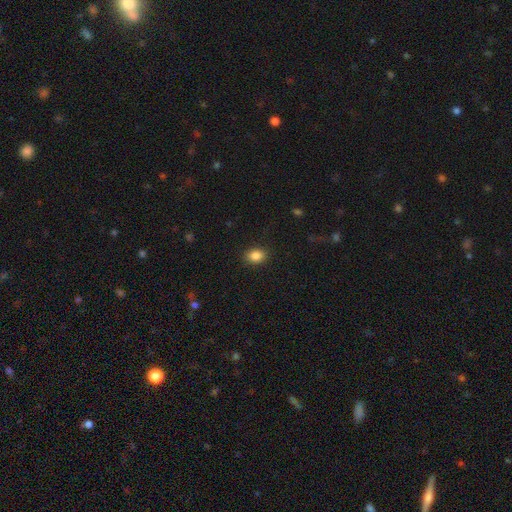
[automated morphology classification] A smooth galaxy with no disk features (87%) that is in between round and cigar-shaped (68%).

Vote fractions:
- Smooth or featured? smooth: 87% / star or artifact: 9% / featured or disk: 4%
- How rounded? in between: 68% / round: 30% / cigar-shaped: 1%
- Merging? none: 89% / minor disturbance: 8% / major disturbance: 2% / merger: 1%